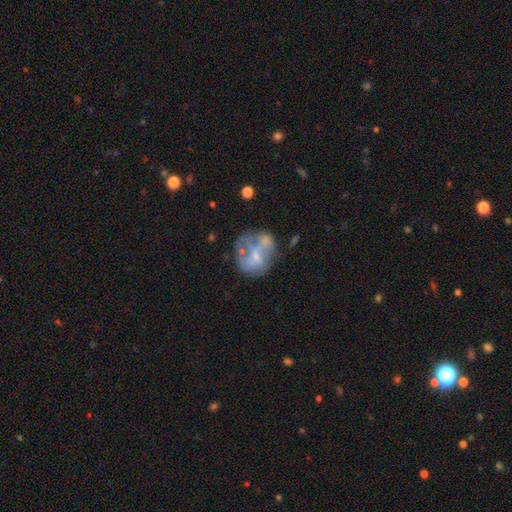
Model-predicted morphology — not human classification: This appears to be a featured or disk galaxy (53%) with no bar (71%), no spiral arms (82%) and a small central bulge (45%). Merging: none (40%).